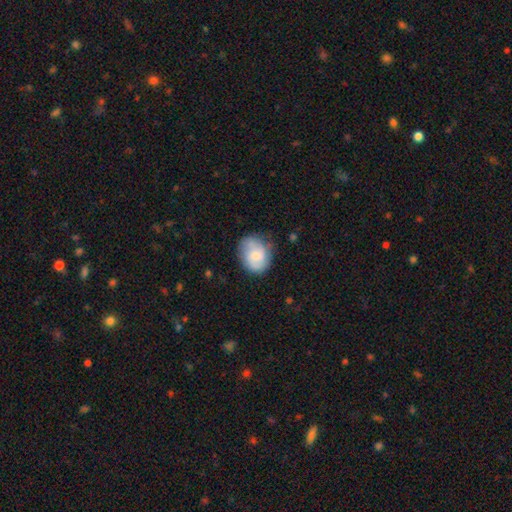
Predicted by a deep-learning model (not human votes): smooth-or-featured: smooth: 60% | featured or disk: 33% | star or artifact: 7%
  how-rounded: round: 54% | in between: 45% | cigar-shaped: 1%
  merging: none: 68% | minor disturbance: 23% | major disturbance: 7% | merger: 2%